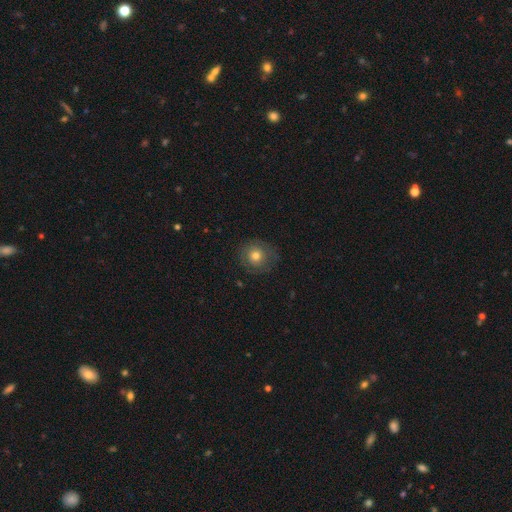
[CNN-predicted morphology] This appears to be a smooth galaxy with no disk features (63%) that is round (89%). Merging: none (79%).